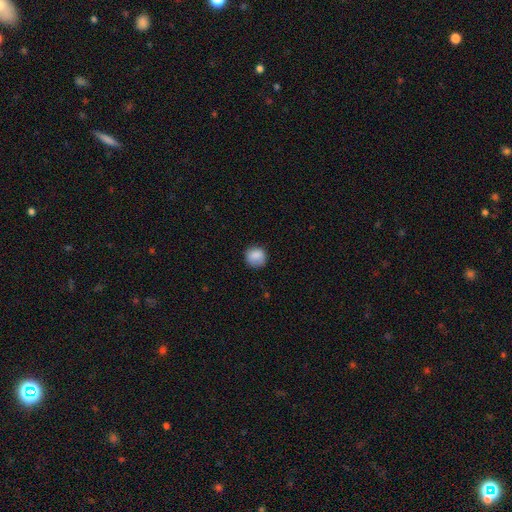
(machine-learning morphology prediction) Q: Smooth or featured?
A: smooth (86%); runner-up: star or artifact (8%)
Q: How rounded?
A: round (87%); runner-up: in between (12%)
Q: Merging?
A: none (81%); runner-up: minor disturbance (14%)